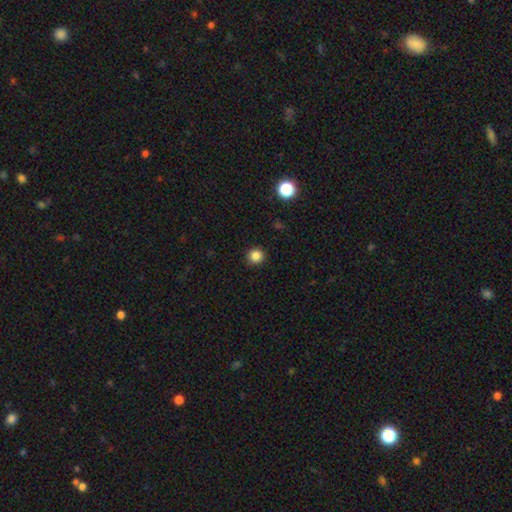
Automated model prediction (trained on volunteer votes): Smooth or featured: smooth — 84% (star or artifact — 12%)
How rounded: round — 94% (in between — 5%)
Merging: none — 92% (minor disturbance — 5%)